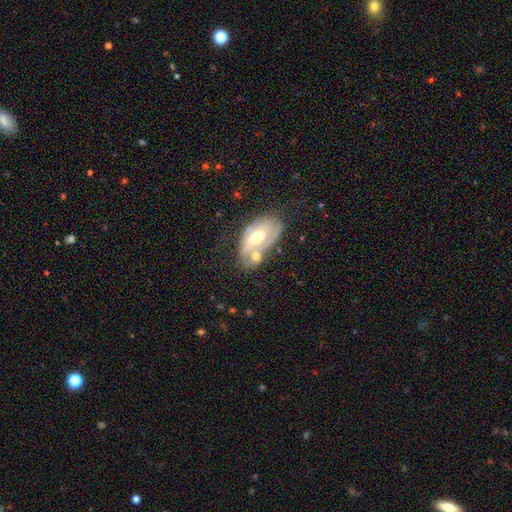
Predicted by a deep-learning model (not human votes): smooth-or-featured: featured or disk: 60% | smooth: 34% | star or artifact: 7%
  disk-edge-on: no: 92% | yes: 8%
    bar: no: 59% | weak: 31% | strong: 10%
    has-spiral-arms: yes: 56% | no: 44%
    bulge-size: moderate: 70% | small: 20% | large: 8% | none: 2% | dominant: 1%
  merging: merger: 41% | none: 30% | minor disturbance: 18% | major disturbance: 11%